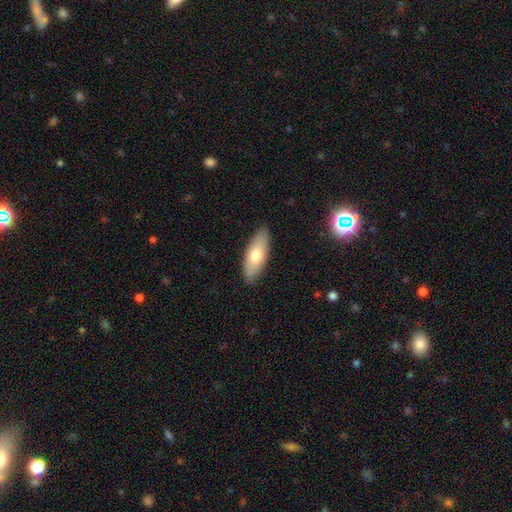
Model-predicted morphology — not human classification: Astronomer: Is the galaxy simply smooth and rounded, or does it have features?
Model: smooth — 69%.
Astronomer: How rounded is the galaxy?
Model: in between — 69%.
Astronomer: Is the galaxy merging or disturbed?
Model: none — 88%.